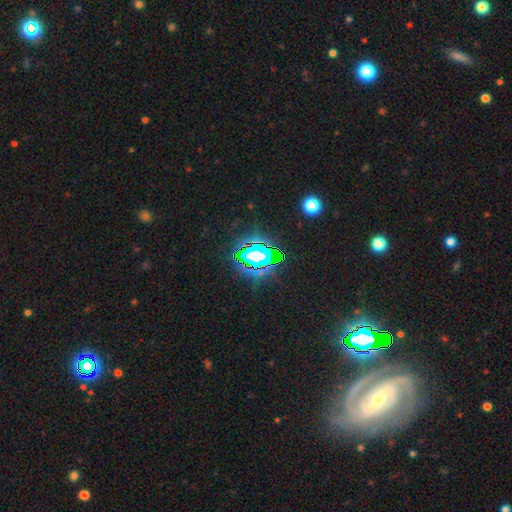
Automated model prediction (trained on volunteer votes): Smooth or featured? Predicted: star or artifact (p=0.73).